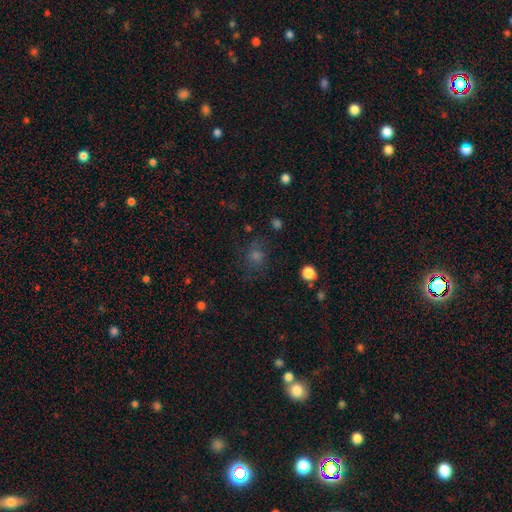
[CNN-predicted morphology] smooth 50%, star or artifact 34%, featured or disk 15%. Down the decision tree: how rounded — round (70%); merging — none (75%).